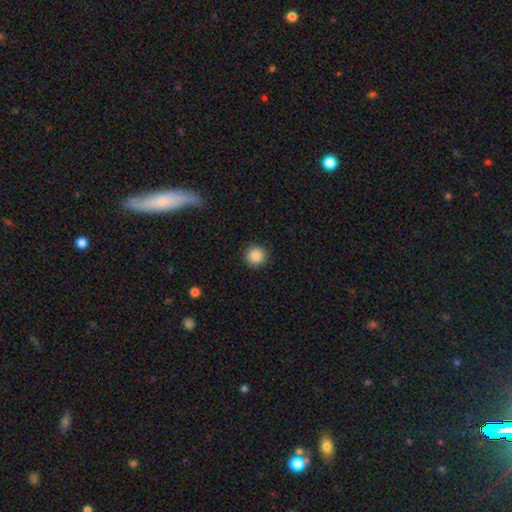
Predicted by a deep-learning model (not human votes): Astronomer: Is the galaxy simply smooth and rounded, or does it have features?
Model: smooth — 87%.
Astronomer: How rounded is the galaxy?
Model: round — 95%.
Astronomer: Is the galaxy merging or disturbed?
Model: none — 92%.